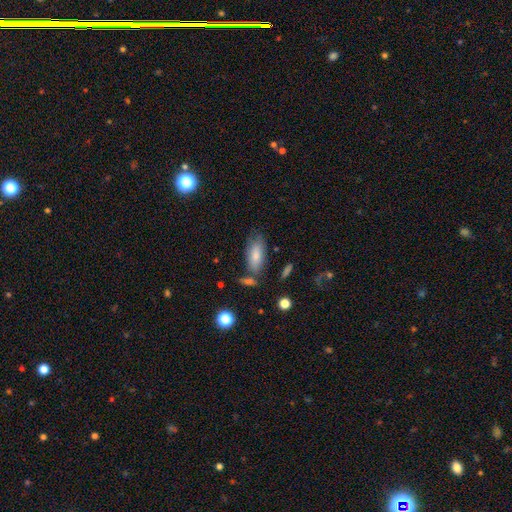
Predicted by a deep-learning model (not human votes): A smooth galaxy with no disk features (80%) that is in between round and cigar-shaped (84%). Merging: none (65%).